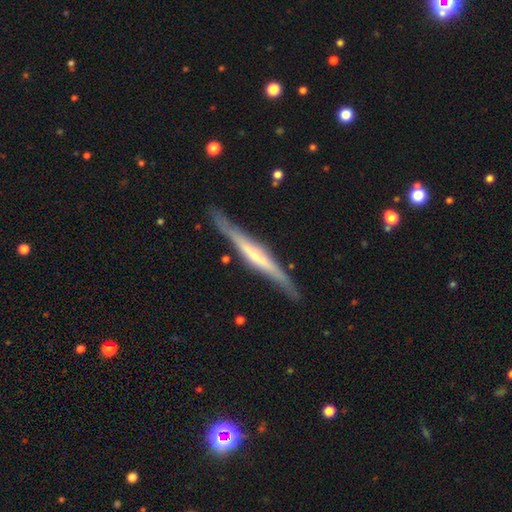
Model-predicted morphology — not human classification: Q: Smooth or featured?
A: featured or disk (66%); runner-up: smooth (29%)
Q: Edge-on disk?
A: yes (95%); runner-up: no (5%)
Q: Edge-on bulge?
A: none (42%); runner-up: boxy (30%)
Q: Merging?
A: none (81%); runner-up: minor disturbance (14%)